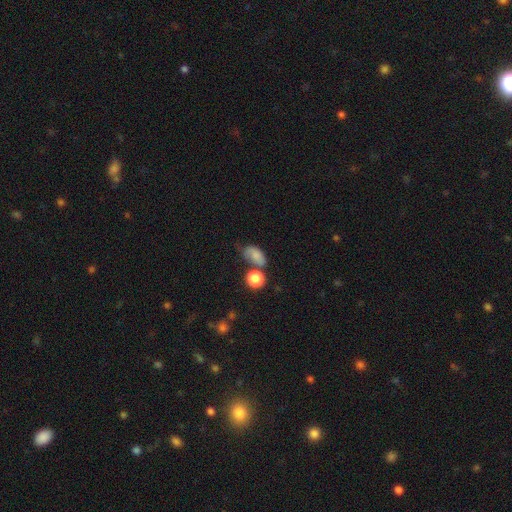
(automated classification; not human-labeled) A smooth galaxy with no disk features (75%) that is in between round and cigar-shaped (81%).

Vote fractions:
- Smooth or featured? smooth: 75% / featured or disk: 13% / star or artifact: 12%
- How rounded? in between: 81% / round: 17% / cigar-shaped: 3%
- Merging? none: 41% / minor disturbance: 28% / merger: 18% / major disturbance: 13%